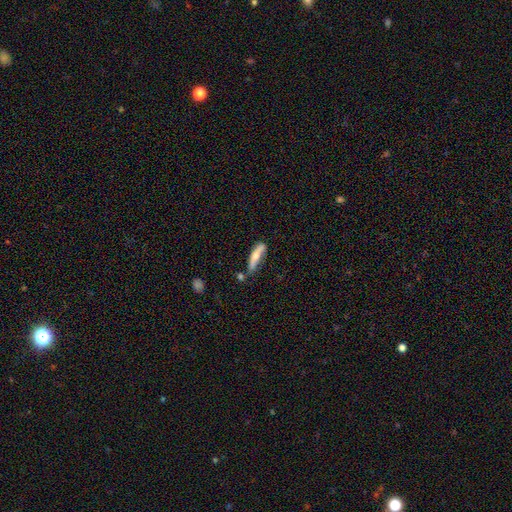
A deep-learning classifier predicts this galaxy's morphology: A smooth galaxy with no disk features (54%) that is cigar-shaped (72%). Merging: none (57%).